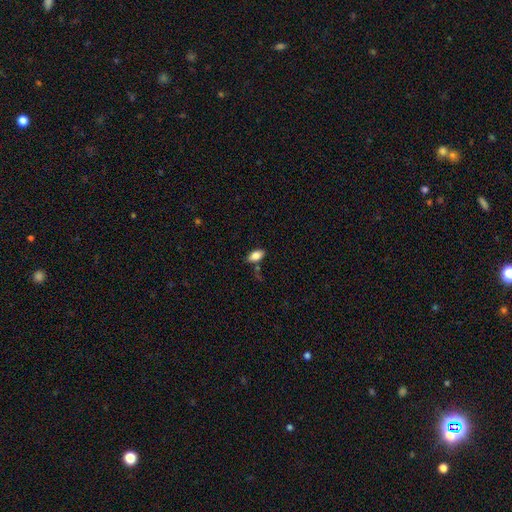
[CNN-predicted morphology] Overall: smooth (83%). How rounded: in between (91%). Merging: none (75%).